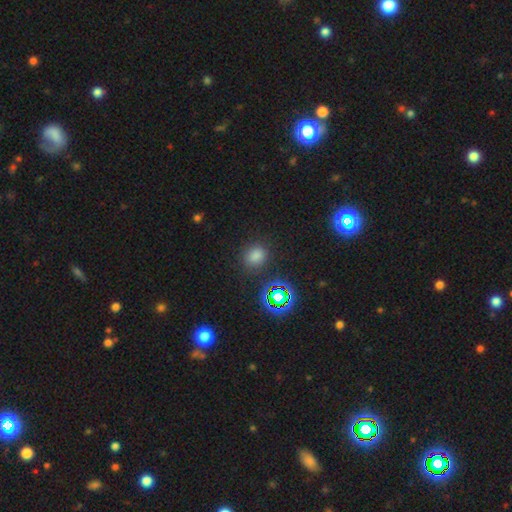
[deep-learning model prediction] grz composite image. It shows a smooth galaxy with no disk features (69%) that is round (66%). Merging: none (84%).